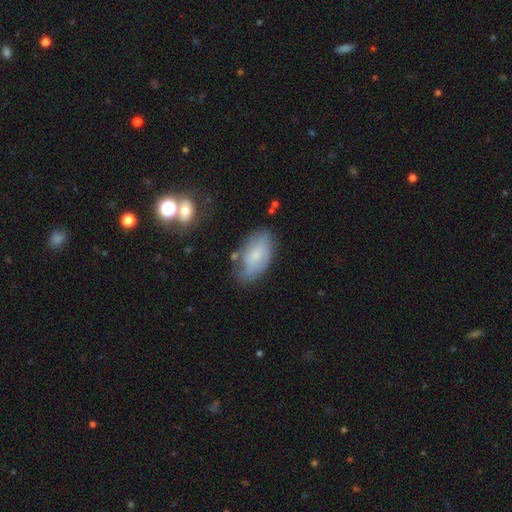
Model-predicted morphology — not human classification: smooth_or_featured: smooth (p=0.67) [alt: featured or disk p=0.25]
how_rounded: in between (p=0.93) [alt: round p=0.04]
merging: none (p=0.62) [alt: minor disturbance p=0.26]